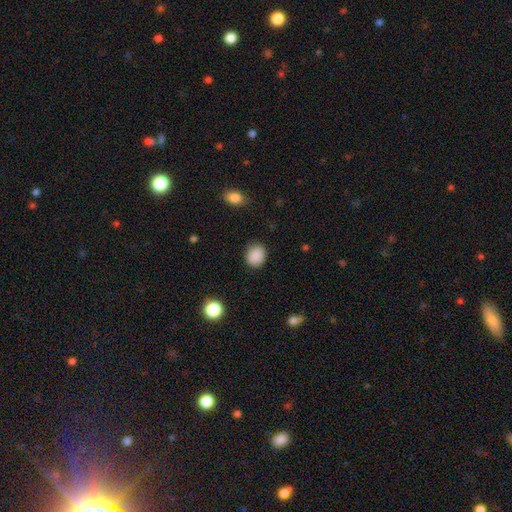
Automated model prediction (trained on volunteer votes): Overall: smooth (88%). How rounded: round (68%; in between 32%). Merging: none (86%).